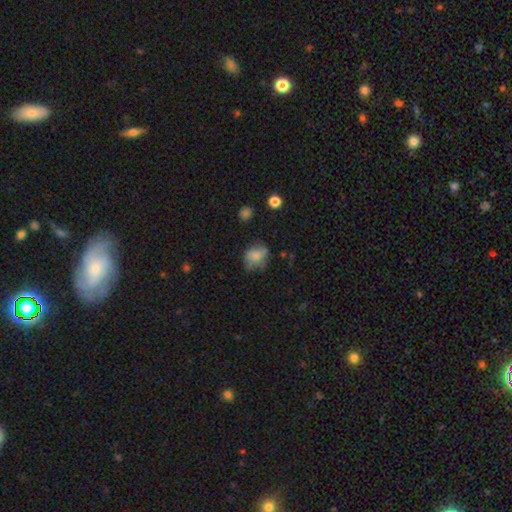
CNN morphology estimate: type=smooth (70%); roundness=round (63%); merging=none (59%).